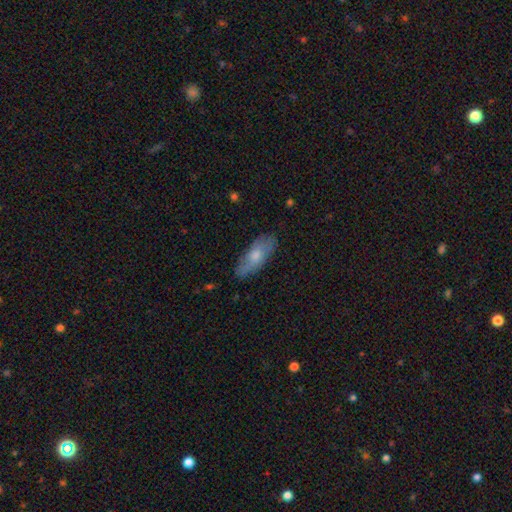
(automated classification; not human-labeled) Q: Smooth or featured?
A: smooth (63%); runner-up: featured or disk (30%)
Q: How rounded?
A: in between (73%); runner-up: cigar-shaped (24%)
Q: Merging?
A: none (74%); runner-up: minor disturbance (20%)